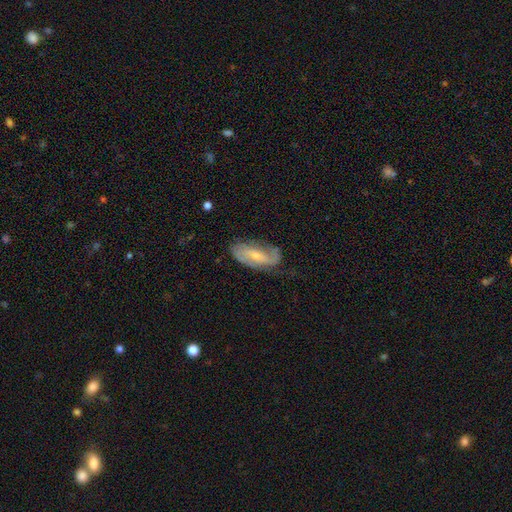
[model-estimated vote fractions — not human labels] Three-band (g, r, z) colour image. It shows a featured or disk galaxy (76%) with a weak bar (39%), 2 (69%) medium (41%) spiral arms (91%) and a small central bulge (61%). Merging: none (65%).